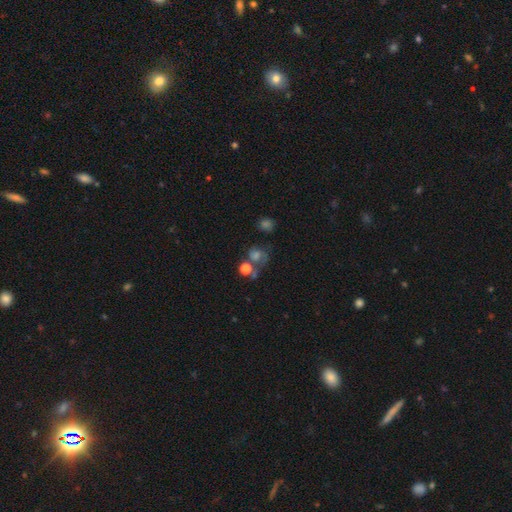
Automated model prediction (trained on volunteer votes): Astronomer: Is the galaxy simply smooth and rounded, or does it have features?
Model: smooth — 41% (runner-up: star or artifact, 30%).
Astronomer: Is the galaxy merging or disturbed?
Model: none — 47%.